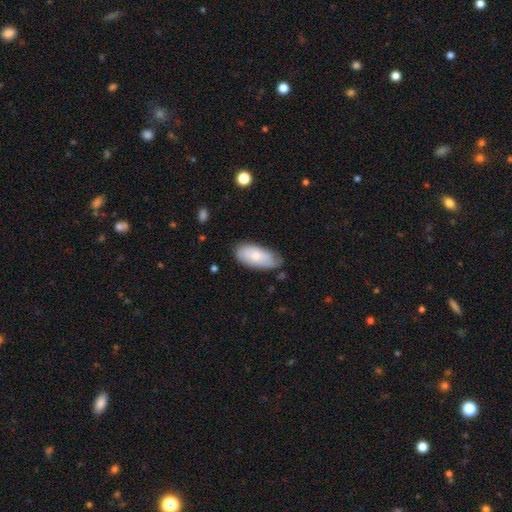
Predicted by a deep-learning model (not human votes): smooth-or-featured: smooth: 62% | featured or disk: 32% | star or artifact: 6%
  how-rounded: in between: 91% | cigar-shaped: 7% | round: 2%
  merging: none: 65% | minor disturbance: 28% | major disturbance: 6% | merger: 2%